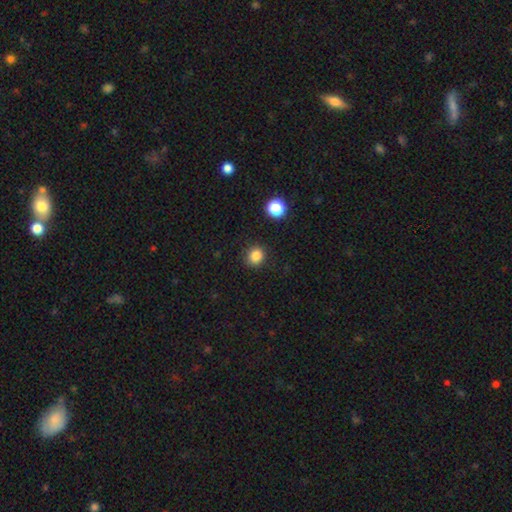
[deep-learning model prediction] A smooth galaxy with no disk features (84%) that is round (82%). Merging: none (88%).